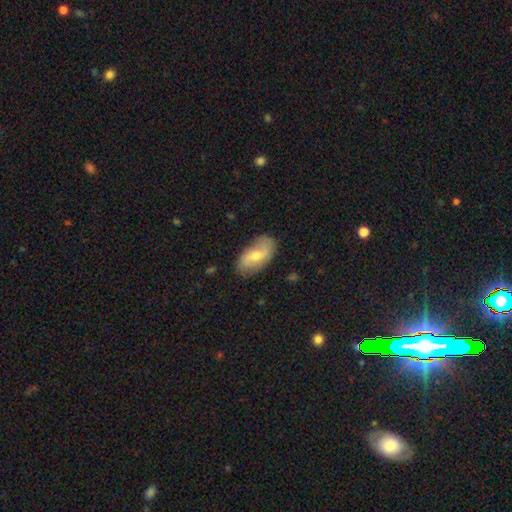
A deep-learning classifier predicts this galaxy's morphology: A featured or disk galaxy (47%).

Vote fractions:
- Smooth or featured? featured or disk: 47% / smooth: 46% / star or artifact: 7%
- Merging? none: 78% / minor disturbance: 17% / major disturbance: 4% / merger: 1%